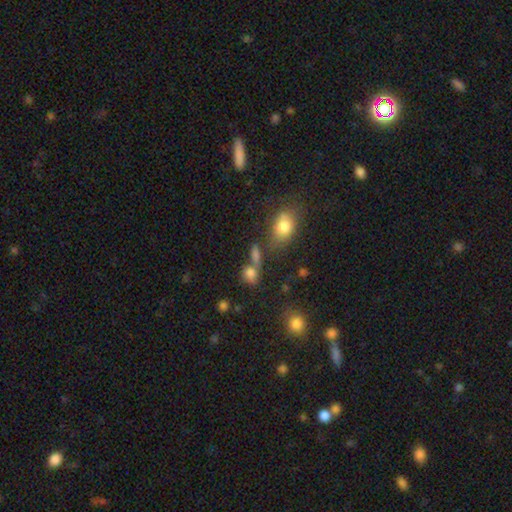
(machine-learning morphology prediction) A smooth galaxy with no disk features (74%) that is in between round and cigar-shaped (53%).

Vote fractions:
- Smooth or featured? smooth: 74% / star or artifact: 16% / featured or disk: 10%
- How rounded? in between: 53% / round: 41% / cigar-shaped: 5%
- Merging? none: 49% / merger: 30% / minor disturbance: 14% / major disturbance: 8%